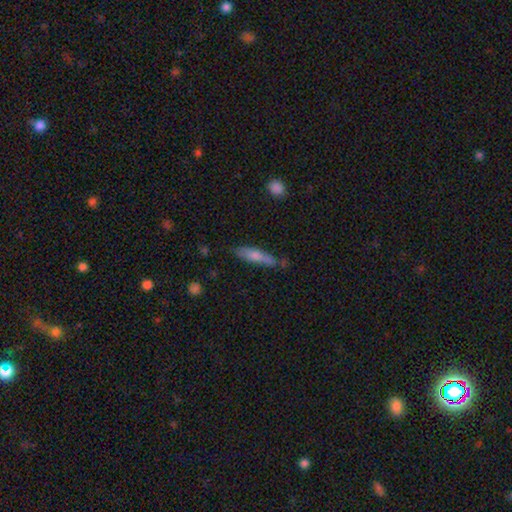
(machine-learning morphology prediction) type=smooth (69%); roundness=cigar-shaped (78%); merging=none (69%).